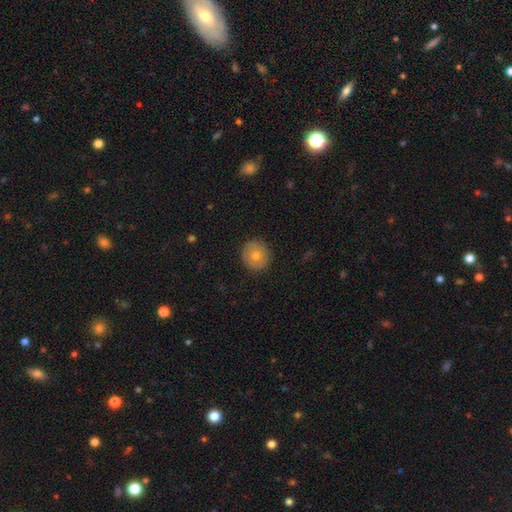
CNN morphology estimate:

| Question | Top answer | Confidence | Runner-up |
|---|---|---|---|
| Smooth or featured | smooth | 70% | featured or disk (21%) |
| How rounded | round | 91% | in between (8%) |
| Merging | none | 89% | minor disturbance (8%) |